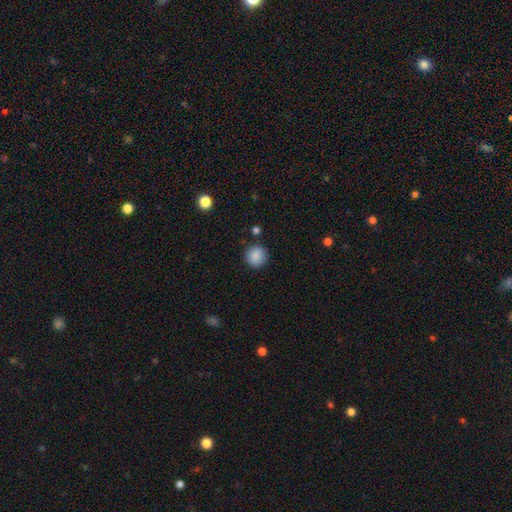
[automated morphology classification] Smooth or featured?
  - smooth: 88% *
  - star or artifact: 9%
  - featured or disk: 4%
How rounded?
  - round: 92% *
  - in between: 7%
  - cigar-shaped: 1%
Merging?
  - none: 88% *
  - minor disturbance: 7%
  - major disturbance: 2%
  - merger: 2%